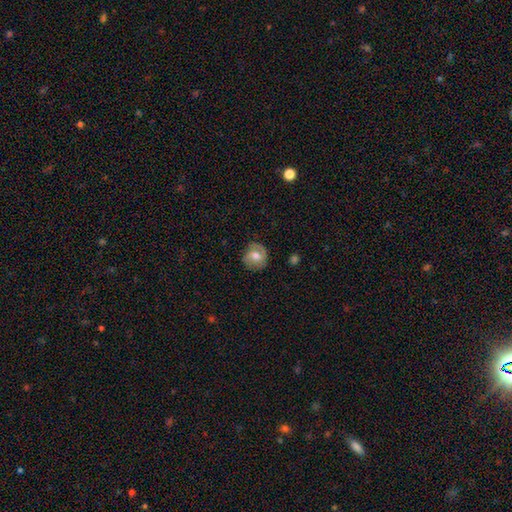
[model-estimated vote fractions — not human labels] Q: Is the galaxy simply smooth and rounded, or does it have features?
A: smooth — 52%.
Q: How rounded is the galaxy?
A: round — 84%.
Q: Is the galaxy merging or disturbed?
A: none — 75%.